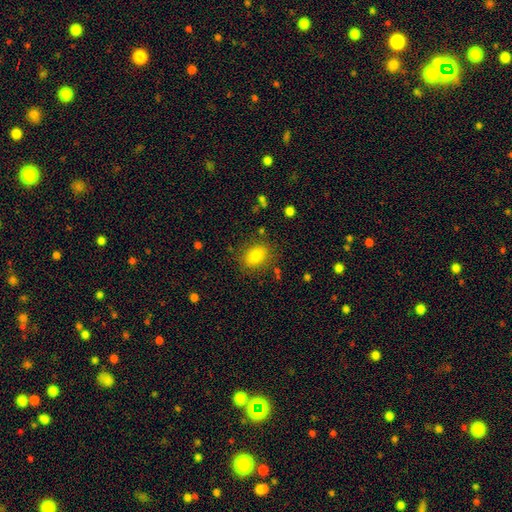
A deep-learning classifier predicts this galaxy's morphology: This appears to be a smooth galaxy with no disk features (82%) that is in between round and cigar-shaped (66%). Merging: none (81%).